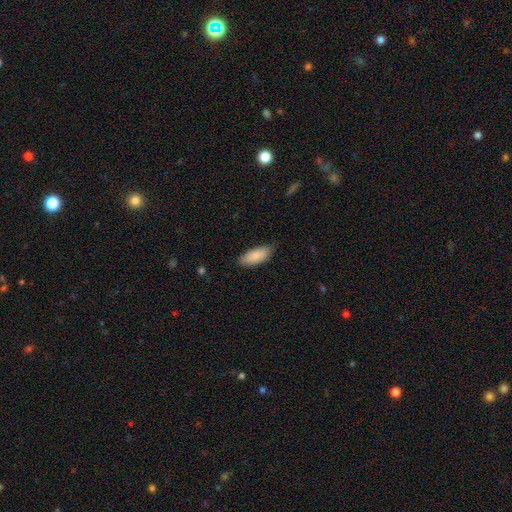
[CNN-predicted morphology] Smooth or featured?
  - smooth: 85% *
  - featured or disk: 9%
  - star or artifact: 6%
How rounded?
  - in between: 85% *
  - cigar-shaped: 13%
  - round: 2%
Merging?
  - none: 79% *
  - minor disturbance: 17%
  - major disturbance: 3%
  - merger: 1%